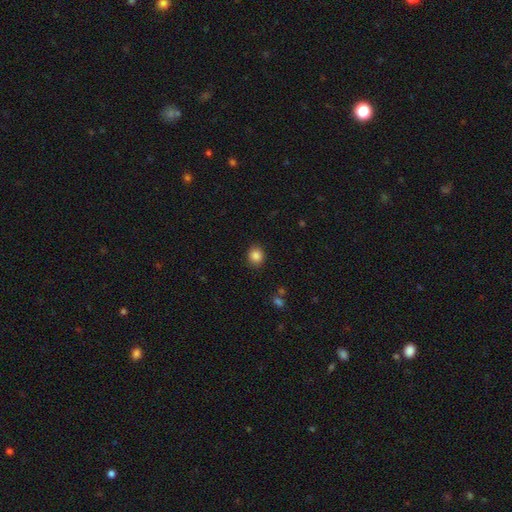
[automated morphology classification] Q: Smooth or featured?
A: smooth (86%); runner-up: star or artifact (10%)
Q: How rounded?
A: round (79%); runner-up: in between (20%)
Q: Merging?
A: none (89%); runner-up: minor disturbance (7%)